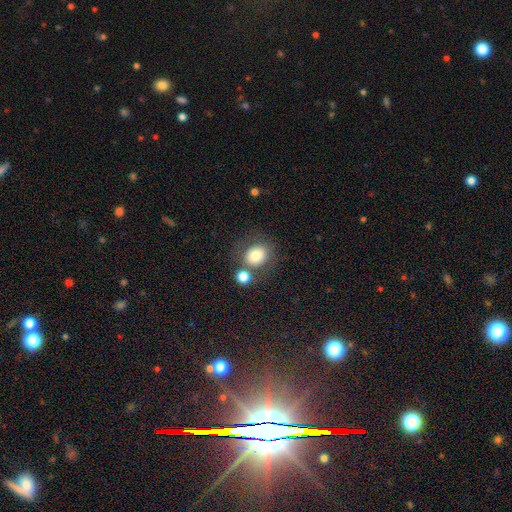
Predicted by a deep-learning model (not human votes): A smooth galaxy with no disk features (78%) that is round (69%).

Vote fractions:
- Smooth or featured? smooth: 78% / featured or disk: 12% / star or artifact: 10%
- How rounded? round: 69% / in between: 31% / cigar-shaped: 1%
- Merging? none: 62% / merger: 21% / minor disturbance: 12% / major disturbance: 5%